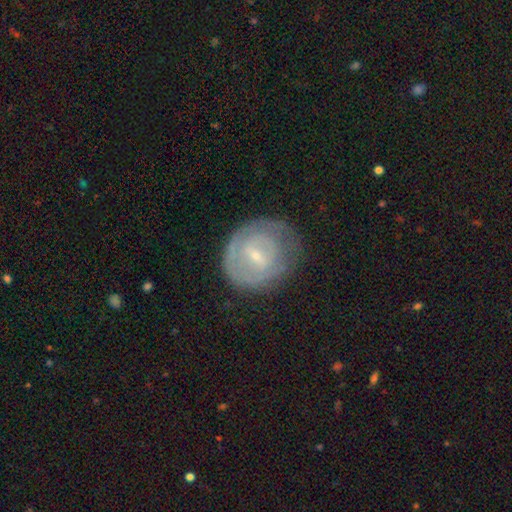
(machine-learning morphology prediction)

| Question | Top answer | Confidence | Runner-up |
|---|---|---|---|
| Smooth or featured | featured or disk | 64% | smooth (29%) |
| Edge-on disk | no | 96% | yes (4%) |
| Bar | weak | 56% | no (26%) |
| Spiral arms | yes | 68% | no (32%) |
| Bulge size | small | 69% | moderate (25%) |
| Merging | none | 66% | minor disturbance (22%) |